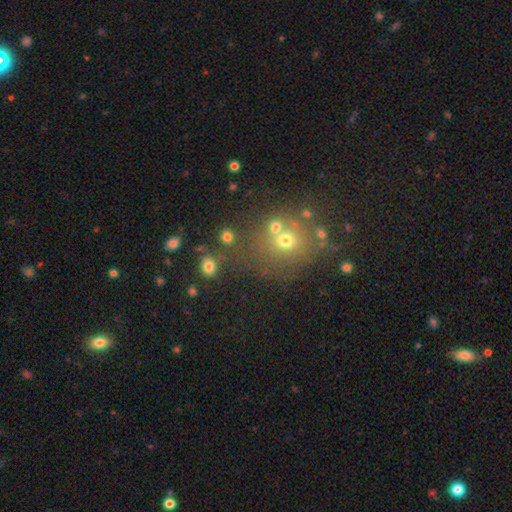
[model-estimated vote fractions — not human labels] This is possibly a smooth galaxy (46%). Merging: likely none (65%).